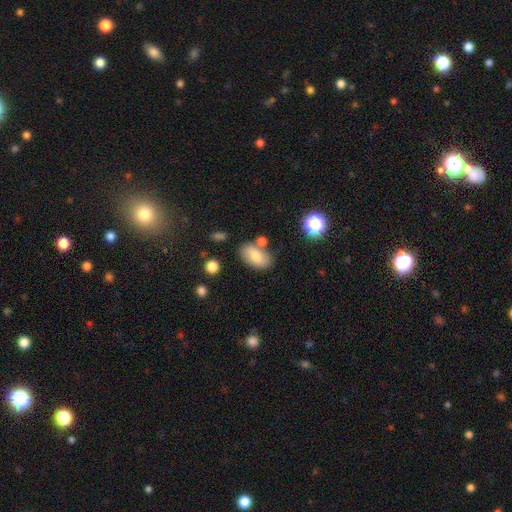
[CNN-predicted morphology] The model was most divided on "merging": none: 69%, minor disturbance: 15%, merger: 12%, major disturbance: 4%. More confident: how rounded — in between (91%); smooth or featured — smooth (77%).